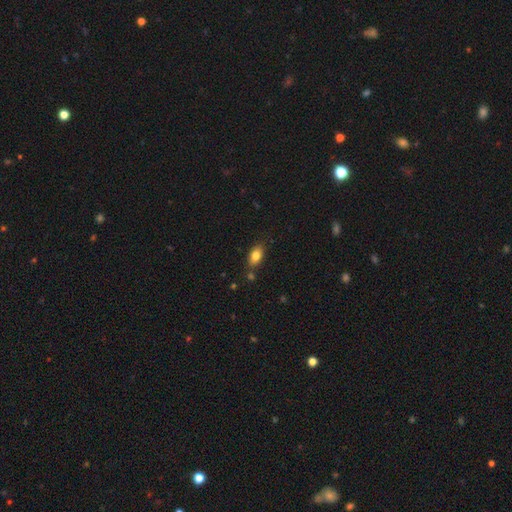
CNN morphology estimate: Smooth or featured?
  - smooth: 82% *
  - featured or disk: 10%
  - star or artifact: 8%
How rounded?
  - in between: 88% *
  - round: 7%
  - cigar-shaped: 5%
Merging?
  - none: 77% *
  - minor disturbance: 14%
  - merger: 6%
  - major disturbance: 3%